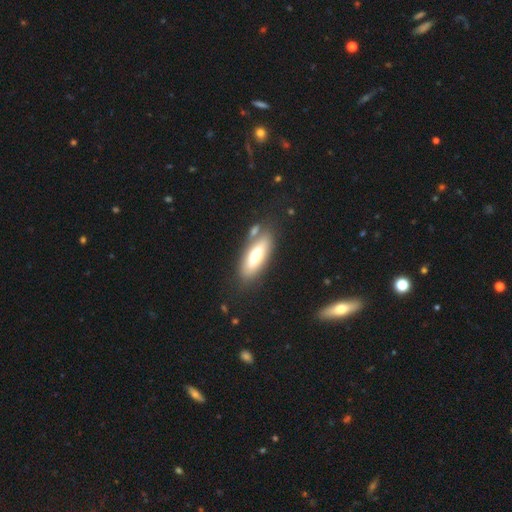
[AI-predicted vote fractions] This is possibly a smooth galaxy (58%). How rounded: likely in between (61%). Merging: likely none (69%).